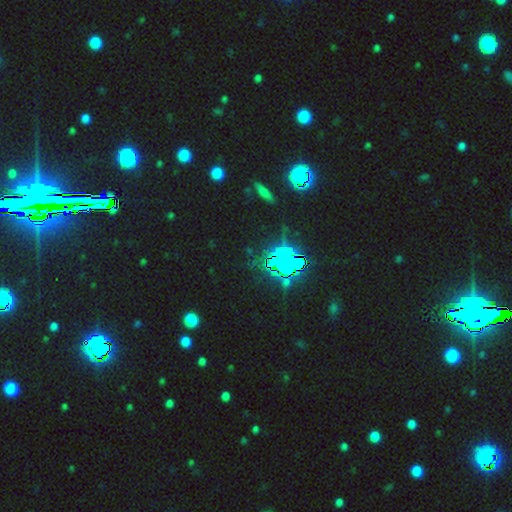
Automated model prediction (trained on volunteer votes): This is clearly a star or artifact rather than a galaxy (83%).